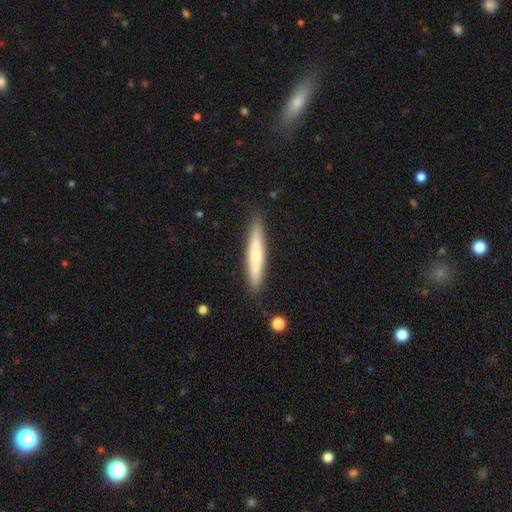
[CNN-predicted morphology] This appears to be a smooth galaxy with no disk features (54%) that is cigar-shaped (92%). Merging: none (88%).